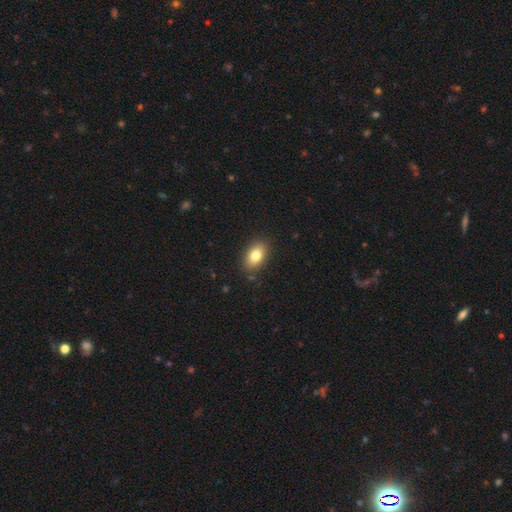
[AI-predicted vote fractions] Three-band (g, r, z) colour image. It shows a smooth galaxy with no disk features (79%) that is in between round and cigar-shaped (88%). Merging: none (86%).